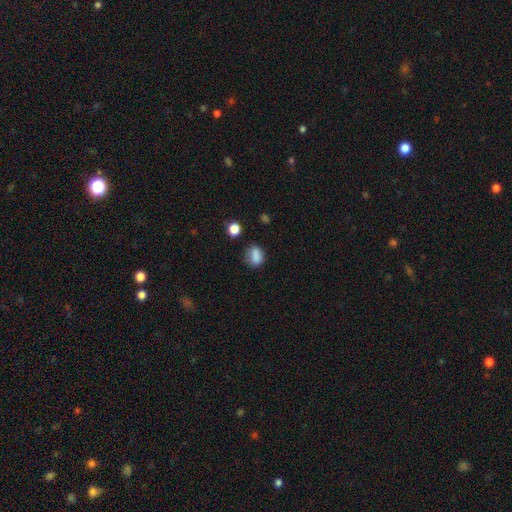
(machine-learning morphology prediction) A smooth galaxy with no disk features (83%) that is in between round and cigar-shaped (53%). Merging: none (69%).